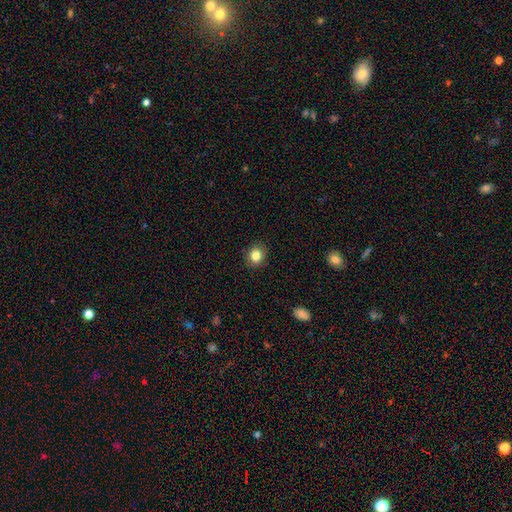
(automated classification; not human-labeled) This is clearly a smooth galaxy (83%). How rounded: likely round (78%). Merging: clearly none (90%).